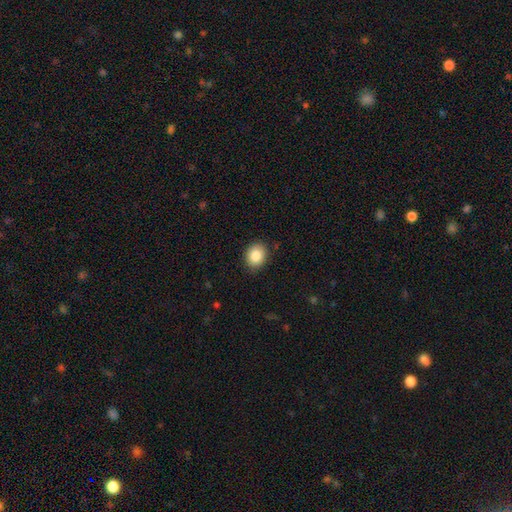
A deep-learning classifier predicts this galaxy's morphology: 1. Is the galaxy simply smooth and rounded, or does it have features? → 85% smooth, 8% star or artifact, 6% featured or disk.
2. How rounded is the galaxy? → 53% round, 47% in between, 1% cigar-shaped.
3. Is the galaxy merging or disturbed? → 88% none, 9% minor disturbance, 2% major disturbance, 1% merger.